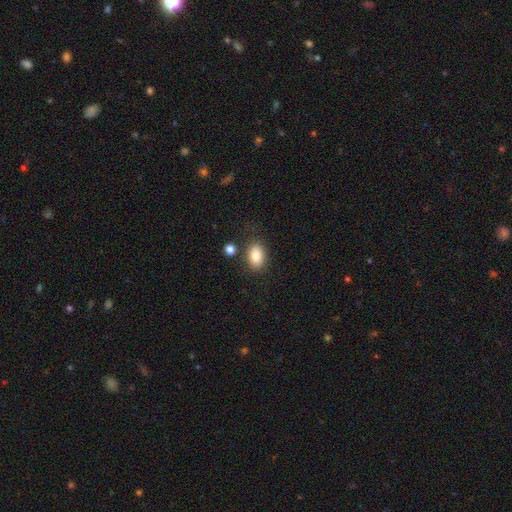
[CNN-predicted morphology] Smooth or featured? smooth (84%)
How rounded? in between (85%)
Merging? none (79%)